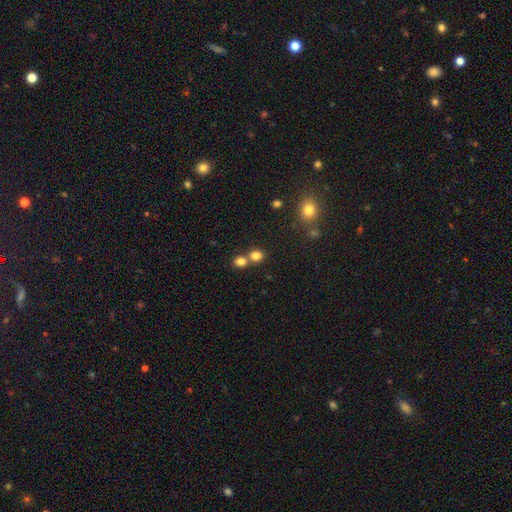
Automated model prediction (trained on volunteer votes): Q: Smooth or featured?
A: smooth (80%); runner-up: star or artifact (13%)
Q: How rounded?
A: round (76%); runner-up: in between (23%)
Q: Merging?
A: none (49%); runner-up: merger (42%)